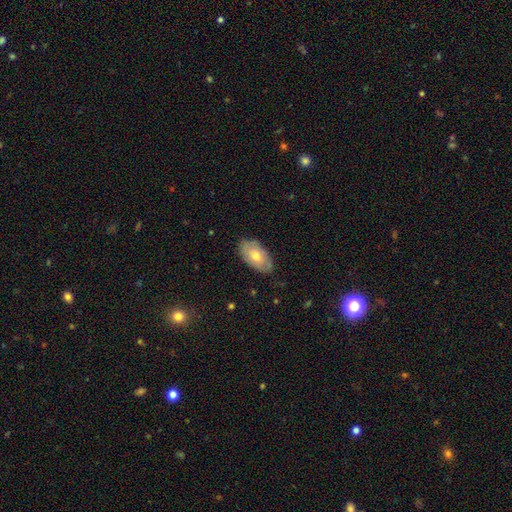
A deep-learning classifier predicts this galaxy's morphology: The model was most divided on "smooth or featured": smooth: 60%, featured or disk: 33%, star or artifact: 6%. More confident: how rounded — in between (94%); merging — none (81%).